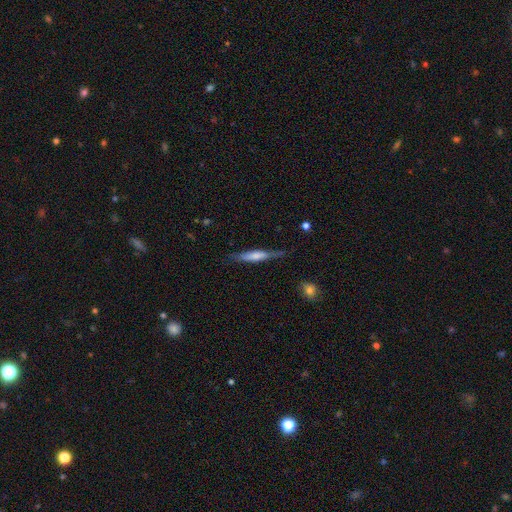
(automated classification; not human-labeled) A smooth galaxy with no disk features (50%). Merging: none (73%).